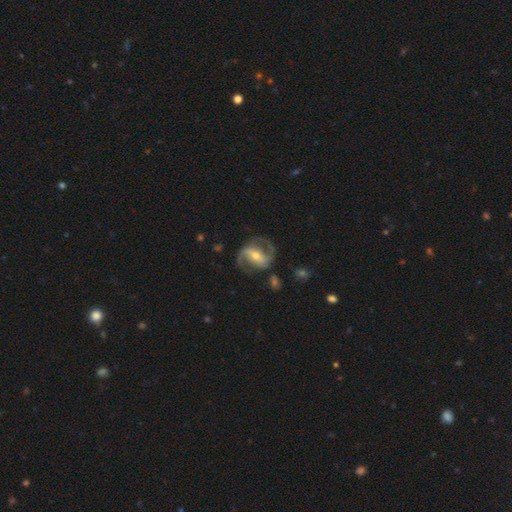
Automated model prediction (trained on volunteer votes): Smooth or featured?
  - featured or disk: 89% *
  - smooth: 6%
  - star or artifact: 5%
Edge-on disk?
  - no: 97% *
  - yes: 3%
Bar?
  - strong: 50% *
  - weak: 32%
  - no: 18%
Spiral arms?
  - yes: 96% *
  - no: 4%
Spiral winding?
  - medium: 55% *
  - loose: 27%
  - tight: 18%
Spiral arm count?
  - 2: 92% *
  - can't tell: 3%
  - 1: 2%
  - 3: 2%
  - 4: 1%
  - more than 4: 1%
Bulge size?
  - moderate: 49% *
  - small: 46%
  - large: 3%
  - none: 1%
  - dominant: 1%
Merging?
  - none: 76% *
  - minor disturbance: 14%
  - major disturbance: 8%
  - merger: 2%